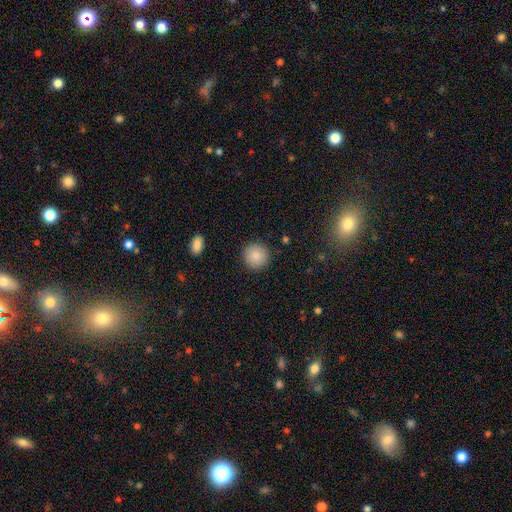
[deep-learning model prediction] smooth-or-featured: smooth: 87% | star or artifact: 8% | featured or disk: 5%
  how-rounded: round: 93% | in between: 6% | cigar-shaped: 1%
  merging: none: 90% | minor disturbance: 6% | major disturbance: 2% | merger: 1%